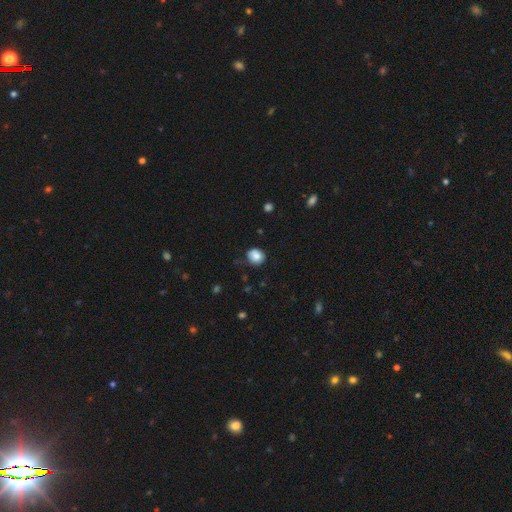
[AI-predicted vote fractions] This is clearly a smooth galaxy (84%). How rounded: likely round (76%). Merging: likely none (73%).